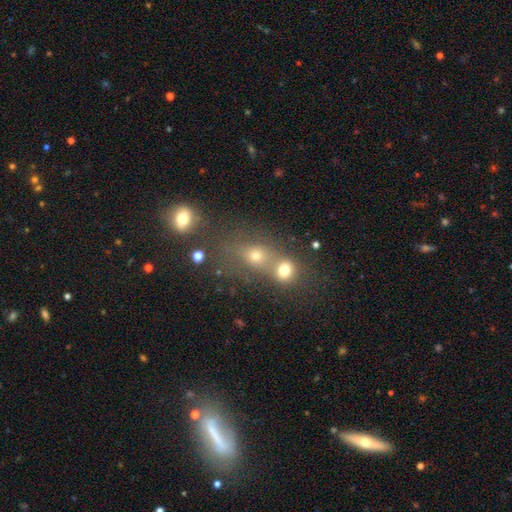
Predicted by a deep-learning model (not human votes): Overall: smooth (67%). How rounded: round (65%; in between 32%). Merging: merger (48%; none 38%).